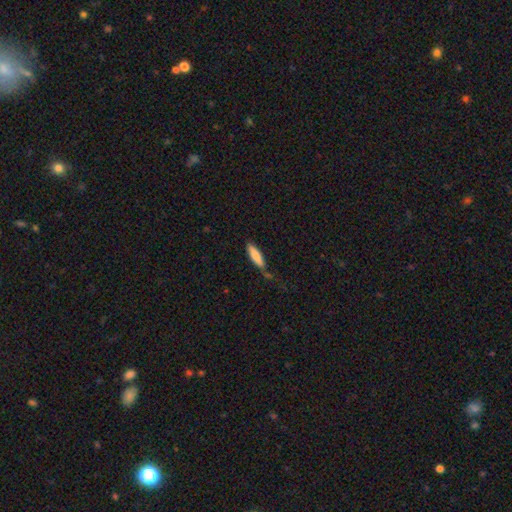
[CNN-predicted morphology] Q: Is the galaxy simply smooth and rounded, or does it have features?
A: smooth — 80%.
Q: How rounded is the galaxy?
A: cigar-shaped — 70%.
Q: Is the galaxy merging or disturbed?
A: none — 61%.